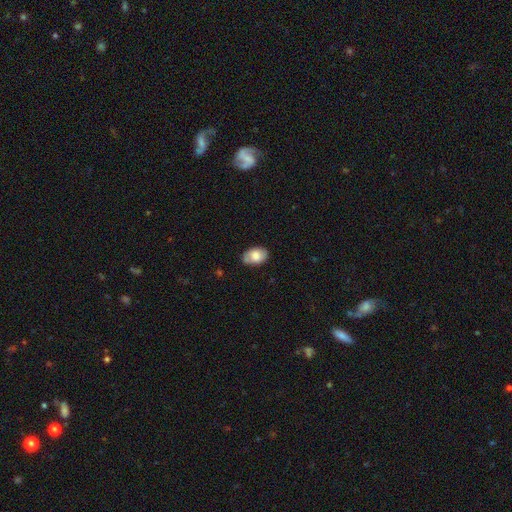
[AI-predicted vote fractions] Morphology: type=smooth (78%); roundness=in between (89%); merging=none (73%).